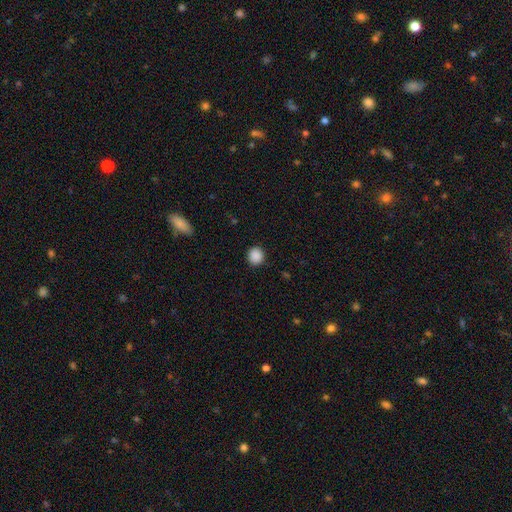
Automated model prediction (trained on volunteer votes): A smooth galaxy with no disk features (89%) that is round (88%). Merging: none (91%).